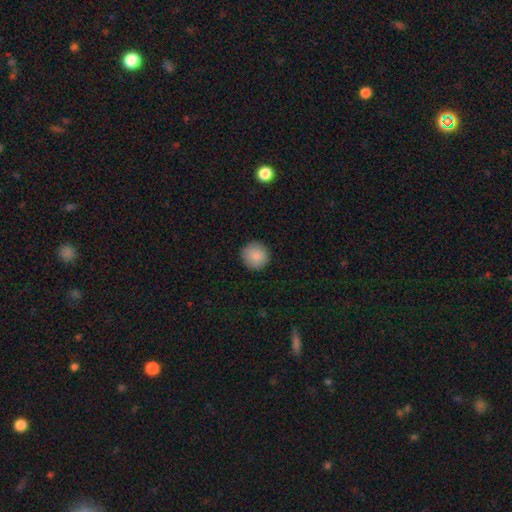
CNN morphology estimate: Overall: smooth (86%). How rounded: round (94%). Merging: none (90%).